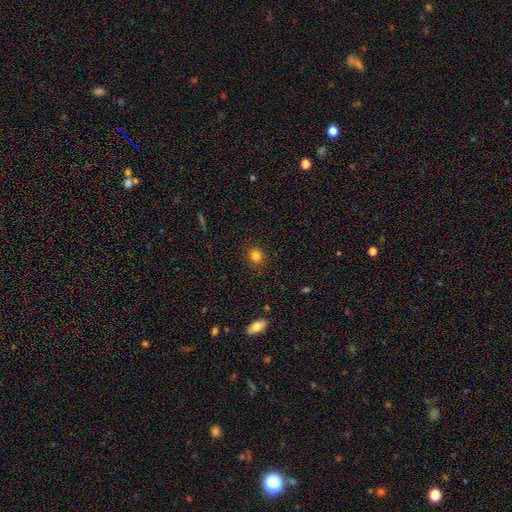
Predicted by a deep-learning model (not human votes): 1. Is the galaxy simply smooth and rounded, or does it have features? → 83% smooth, 12% star or artifact, 5% featured or disk.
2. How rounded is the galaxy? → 79% round, 20% in between, 1% cigar-shaped.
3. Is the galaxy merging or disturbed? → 88% none, 8% minor disturbance, 2% major disturbance, 1% merger.